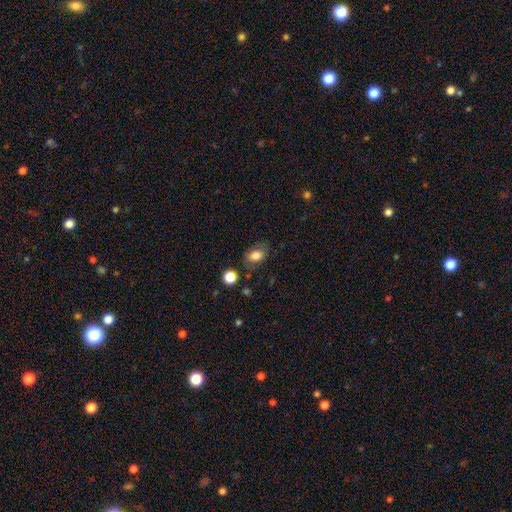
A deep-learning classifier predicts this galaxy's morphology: Q: Smooth or featured?
A: smooth (81%); runner-up: star or artifact (10%)
Q: How rounded?
A: in between (75%); runner-up: round (23%)
Q: Merging?
A: none (72%); runner-up: minor disturbance (18%)